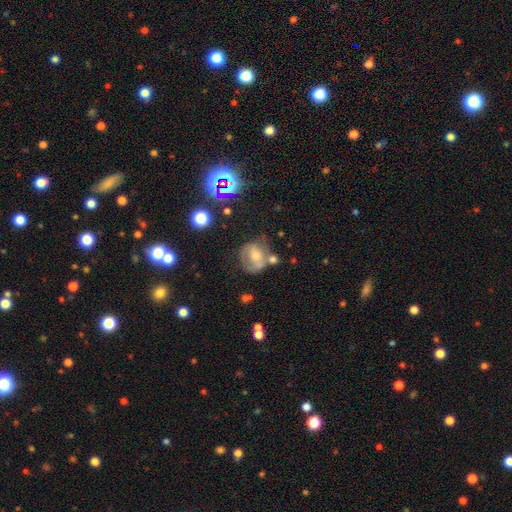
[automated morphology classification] A featured or disk galaxy (50%).

Vote fractions:
- Smooth or featured? featured or disk: 50% / smooth: 33% / star or artifact: 17%
- Merging? none: 46% / minor disturbance: 23% / merger: 16% / major disturbance: 15%